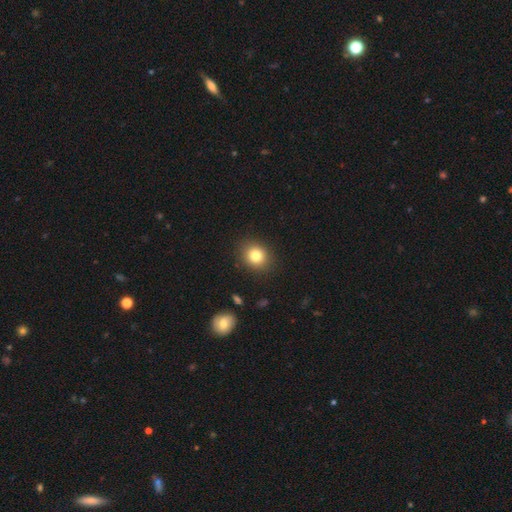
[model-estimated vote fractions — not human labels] A smooth galaxy with no disk features (81%) that is round (72%). Merging: none (88%).